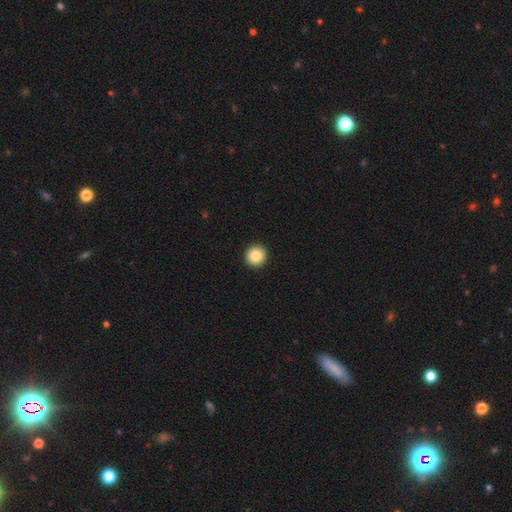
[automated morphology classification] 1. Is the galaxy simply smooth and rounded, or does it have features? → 87% smooth, 8% star or artifact, 4% featured or disk.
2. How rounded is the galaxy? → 96% round, 3% in between, 1% cigar-shaped.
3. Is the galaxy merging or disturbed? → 94% none, 4% minor disturbance, 1% major disturbance, 1% merger.